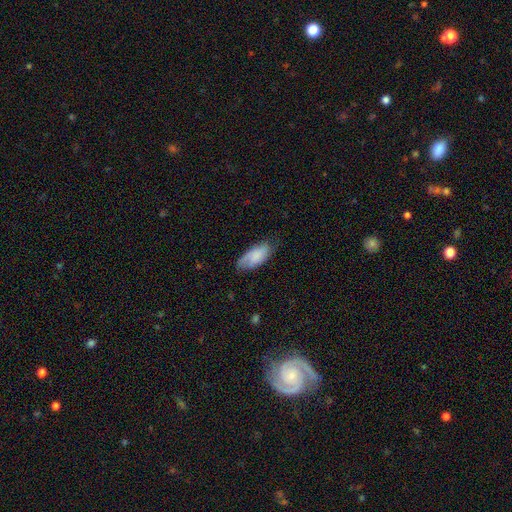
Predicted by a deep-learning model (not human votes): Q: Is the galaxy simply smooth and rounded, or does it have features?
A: smooth — 75%.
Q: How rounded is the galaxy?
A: in between — 89%.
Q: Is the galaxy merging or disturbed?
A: none — 63%.